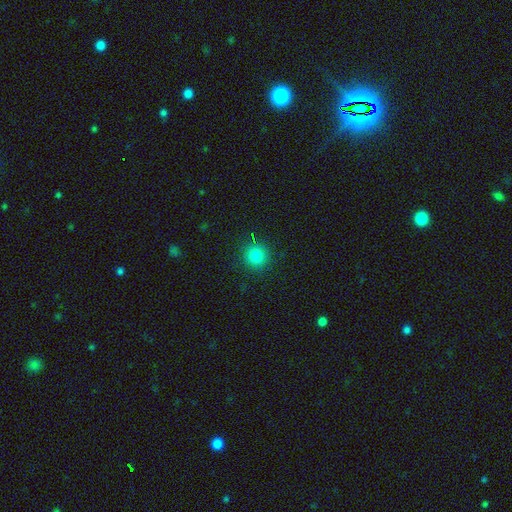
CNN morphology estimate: smooth_or_featured: smooth (p=0.81) [alt: star or artifact p=0.14]
how_rounded: round (p=0.94) [alt: in between p=0.05]
merging: none (p=0.90) [alt: minor disturbance p=0.06]